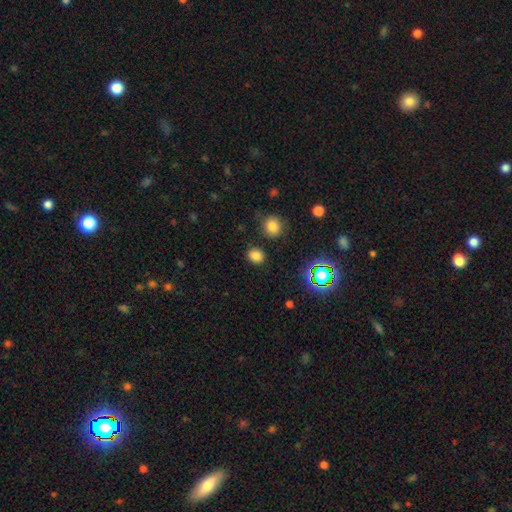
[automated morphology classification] smooth_or_featured: smooth (p=0.78) [alt: star or artifact p=0.17]
how_rounded: round (p=0.67) [alt: in between p=0.32]
merging: none (p=0.86) [alt: minor disturbance p=0.08]